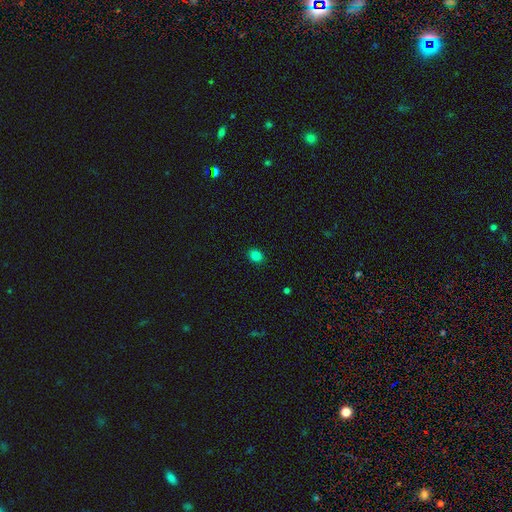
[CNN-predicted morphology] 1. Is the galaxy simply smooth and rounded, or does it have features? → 82% smooth, 14% star or artifact, 4% featured or disk.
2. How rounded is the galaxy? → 59% round, 40% in between, 1% cigar-shaped.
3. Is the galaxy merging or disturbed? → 90% none, 7% minor disturbance, 2% major disturbance, 1% merger.